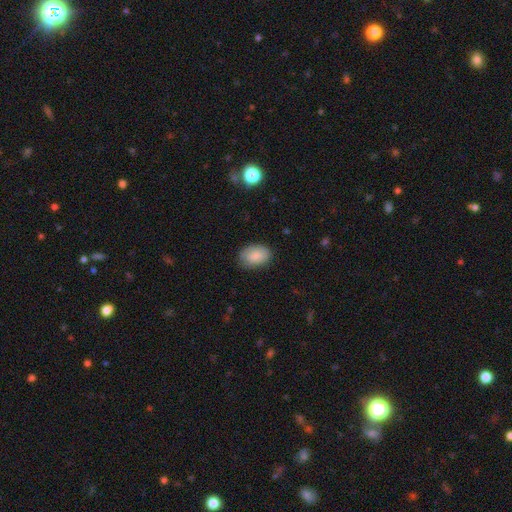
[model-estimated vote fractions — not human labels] This is clearly a smooth galaxy (85%). How rounded: clearly in between (85%). Merging: likely none (76%).